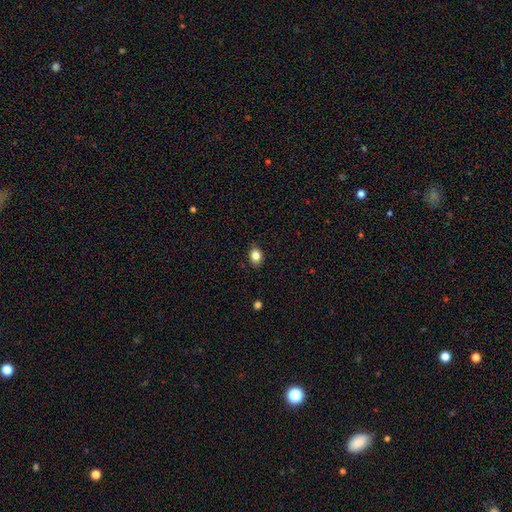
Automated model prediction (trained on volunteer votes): Smooth or featured? Predicted: smooth (p=0.83). How rounded? Predicted: in between (p=0.60). Merging? Predicted: none (p=0.86).